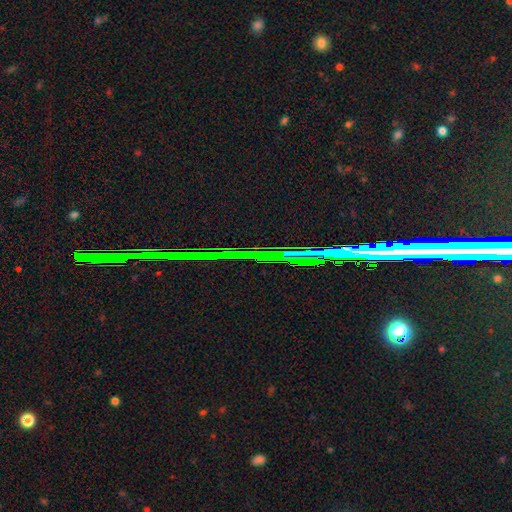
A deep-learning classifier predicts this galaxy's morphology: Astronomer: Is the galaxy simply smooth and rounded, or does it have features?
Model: star or artifact — 81%.